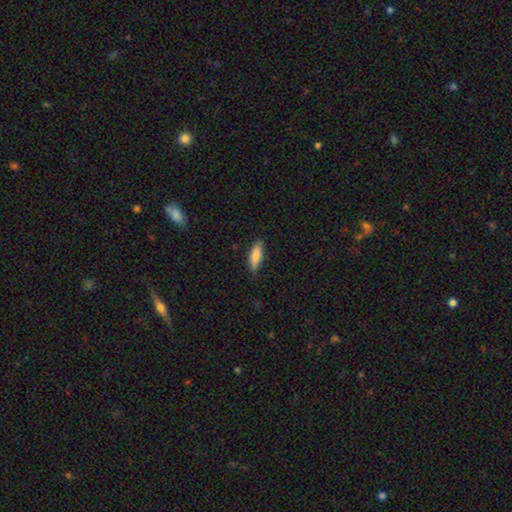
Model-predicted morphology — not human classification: Smooth or featured: smooth — 83% (featured or disk — 11%)
How rounded: in between — 53% (cigar-shaped — 45%)
Merging: none — 80% (minor disturbance — 16%)